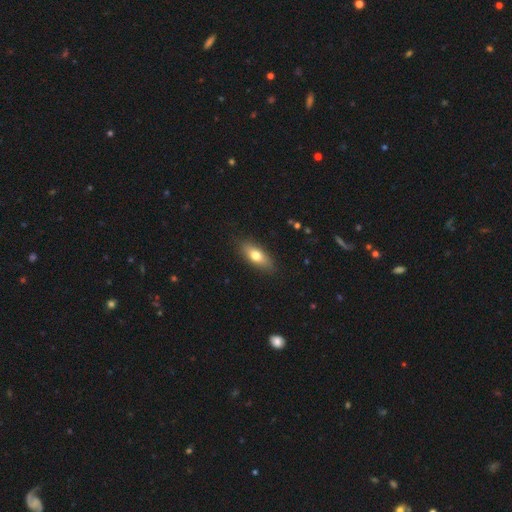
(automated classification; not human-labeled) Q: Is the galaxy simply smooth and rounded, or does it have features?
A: smooth — 72%.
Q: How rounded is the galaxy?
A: in between — 75%.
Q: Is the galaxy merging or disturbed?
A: none — 85%.